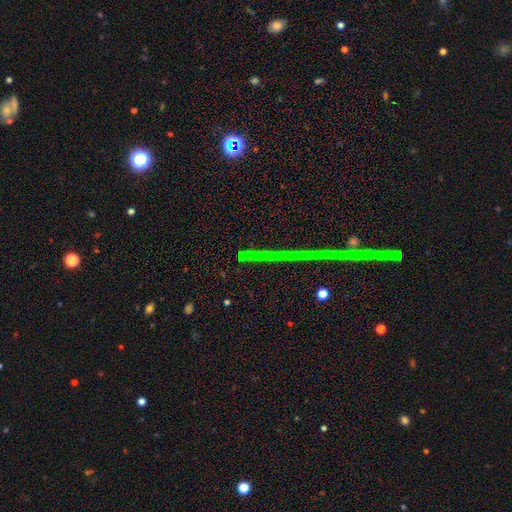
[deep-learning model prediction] Smooth or featured?
  - star or artifact: 81% *
  - featured or disk: 12%
  - smooth: 7%